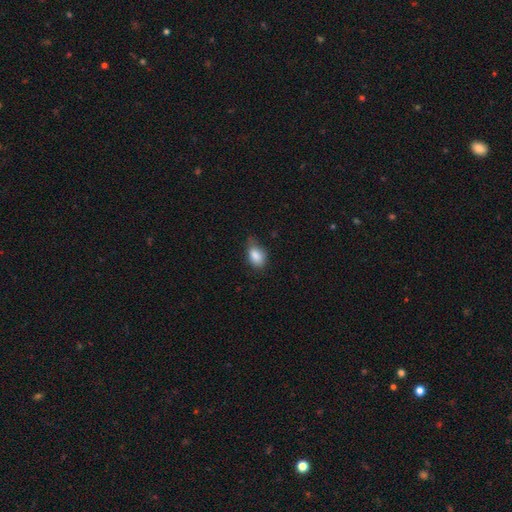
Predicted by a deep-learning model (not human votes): smooth 85%, star or artifact 8%, featured or disk 7%. Down the decision tree: how rounded — in between (85%); merging — none (52%).